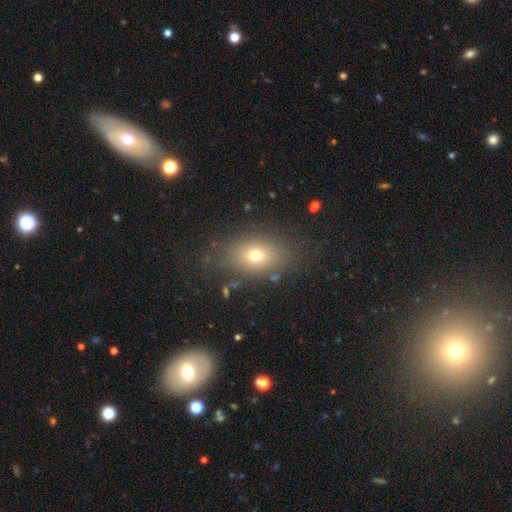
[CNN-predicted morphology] smooth 68%, featured or disk 16%, star or artifact 15%. Down the decision tree: how rounded — in between (75%); merging — none (80%).